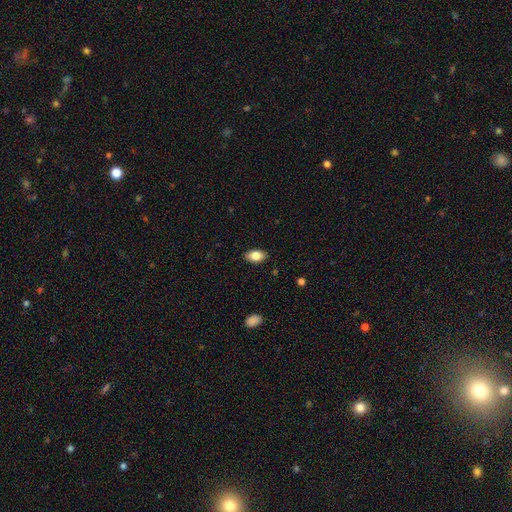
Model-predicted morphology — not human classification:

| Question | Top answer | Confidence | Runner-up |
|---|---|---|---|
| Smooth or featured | smooth | 82% | featured or disk (10%) |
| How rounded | in between | 90% | round (7%) |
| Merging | none | 87% | minor disturbance (10%) |